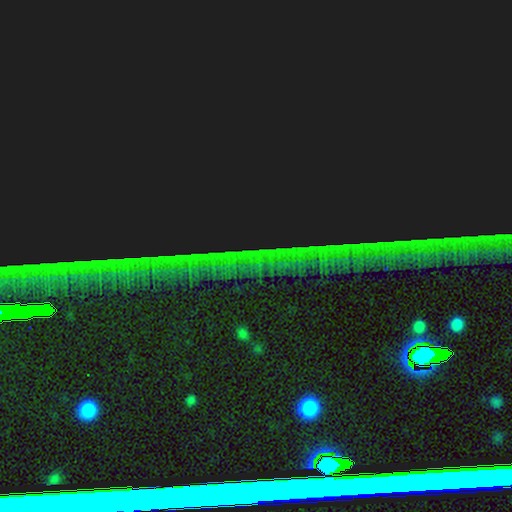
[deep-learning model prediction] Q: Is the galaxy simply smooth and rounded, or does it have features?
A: star or artifact — 85%.